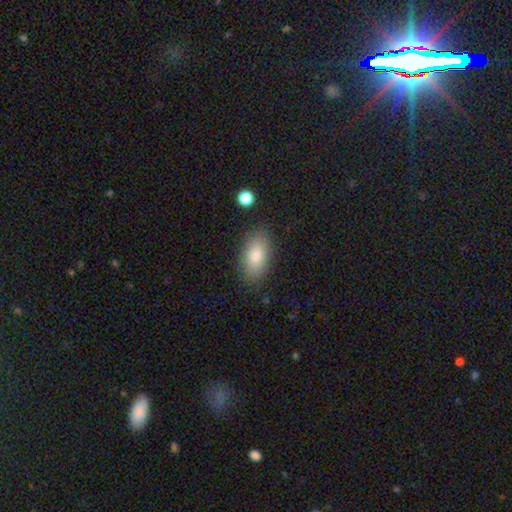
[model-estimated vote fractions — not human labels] Q: Smooth or featured?
A: smooth (82%); runner-up: featured or disk (10%)
Q: How rounded?
A: in between (92%); runner-up: round (4%)
Q: Merging?
A: none (86%); runner-up: minor disturbance (10%)